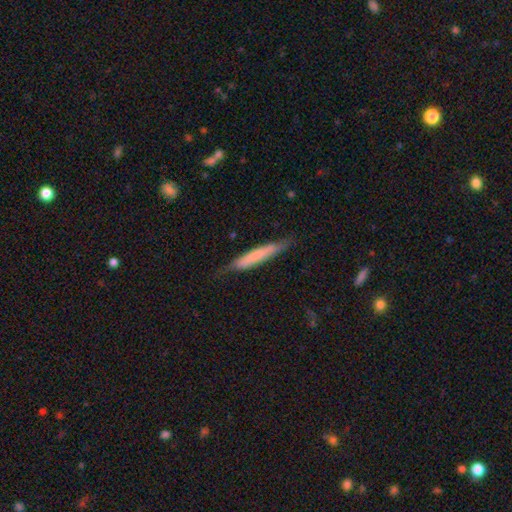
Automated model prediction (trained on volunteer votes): smooth_or_featured: smooth (p=0.62) [alt: featured or disk p=0.33]
how_rounded: cigar-shaped (p=0.93) [alt: in between p=0.06]
merging: none (p=0.73) [alt: minor disturbance p=0.21]